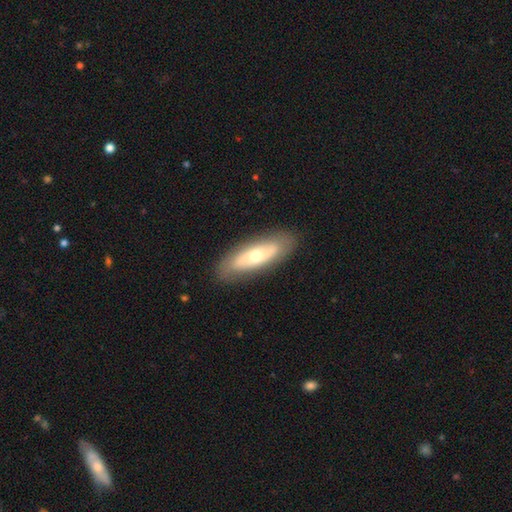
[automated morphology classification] This is possibly a featured or disk galaxy (48%). Merging: clearly none (84%).